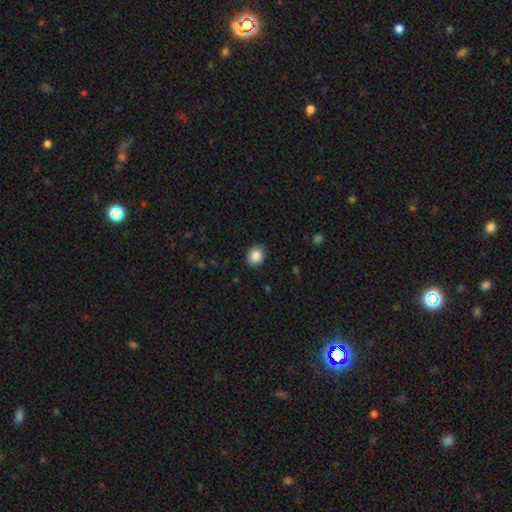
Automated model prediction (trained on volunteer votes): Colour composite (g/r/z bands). It shows a smooth galaxy with no disk features (87%) that is round (62%). Merging: none (89%).